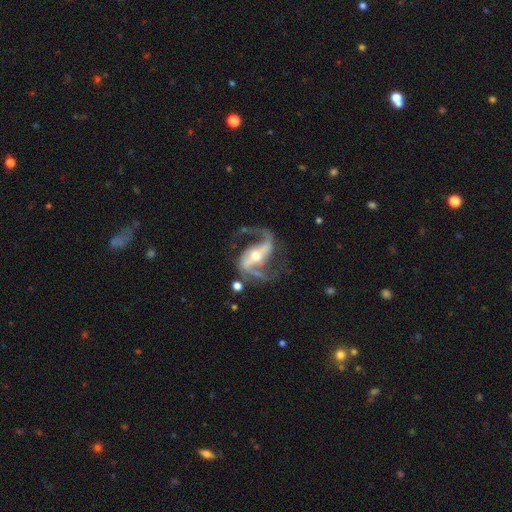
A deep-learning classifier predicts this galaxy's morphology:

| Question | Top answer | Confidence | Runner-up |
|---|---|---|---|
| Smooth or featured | featured or disk | 92% | star or artifact (5%) |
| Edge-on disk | no | 97% | yes (3%) |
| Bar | strong | 57% | weak (29%) |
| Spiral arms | yes | 98% | no (2%) |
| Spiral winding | medium | 51% | loose (40%) |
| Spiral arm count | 2 | 92% | 3 (2%) |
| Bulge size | moderate | 63% | small (28%) |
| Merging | none | 71% | minor disturbance (14%) |